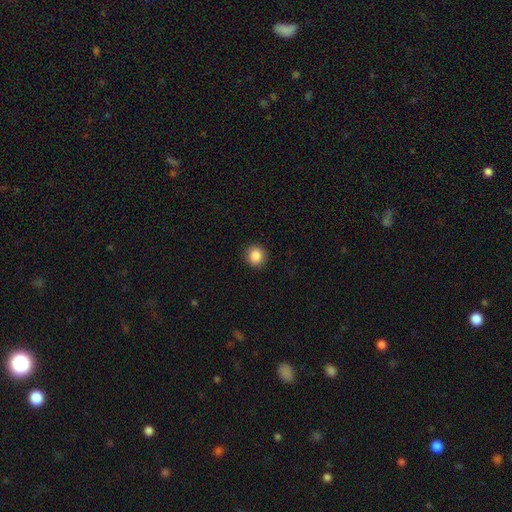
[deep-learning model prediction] Smooth or featured?
  - smooth: 86% *
  - star or artifact: 9%
  - featured or disk: 4%
How rounded?
  - round: 91% *
  - in between: 8%
  - cigar-shaped: 1%
Merging?
  - none: 91% *
  - minor disturbance: 6%
  - major disturbance: 2%
  - merger: 1%